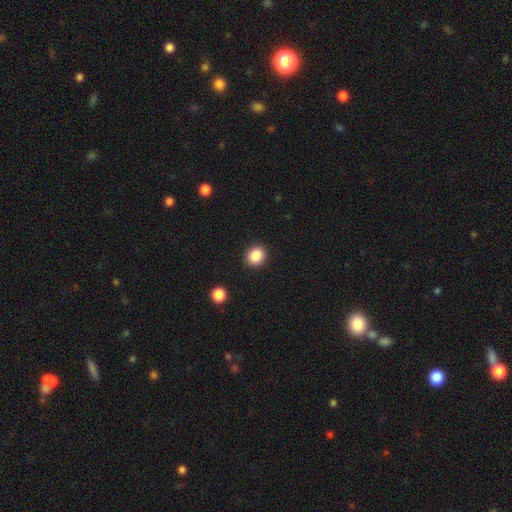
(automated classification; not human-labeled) Smooth or featured: smooth — 87% (star or artifact — 10%)
How rounded: round — 83% (in between — 16%)
Merging: none — 91% (minor disturbance — 5%)